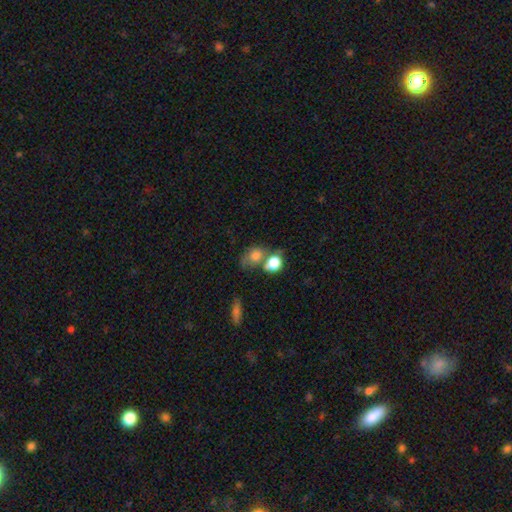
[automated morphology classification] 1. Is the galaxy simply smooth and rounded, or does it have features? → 75% smooth, 14% featured or disk, 11% star or artifact.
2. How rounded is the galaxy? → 49% round (tied), 49% in between (tied), 2% cigar-shaped.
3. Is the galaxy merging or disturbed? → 45% merger, 32% none, 13% minor disturbance, 10% major disturbance.